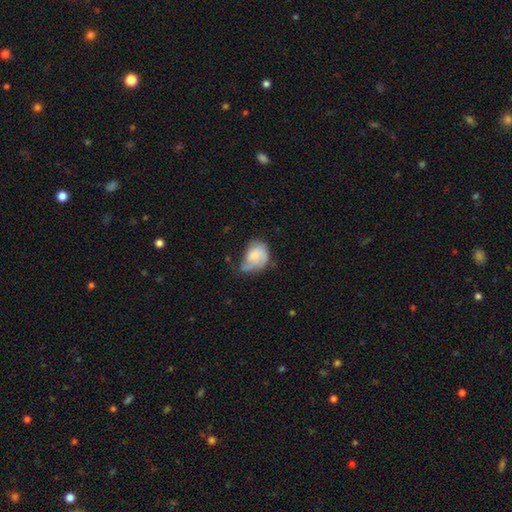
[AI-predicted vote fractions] Q: Smooth or featured?
A: smooth (54%); runner-up: featured or disk (39%)
Q: How rounded?
A: in between (66%); runner-up: round (33%)
Q: Merging?
A: minor disturbance (41%); runner-up: none (29%)